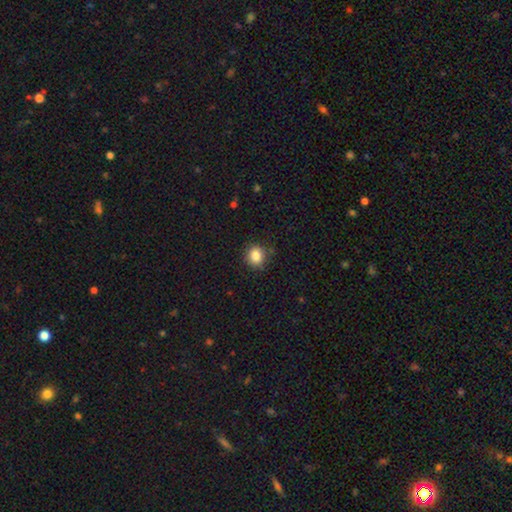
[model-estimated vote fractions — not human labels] Smooth or featured? Predicted: smooth (p=0.85). How rounded? Predicted: round (p=0.78). Merging? Predicted: none (p=0.86).